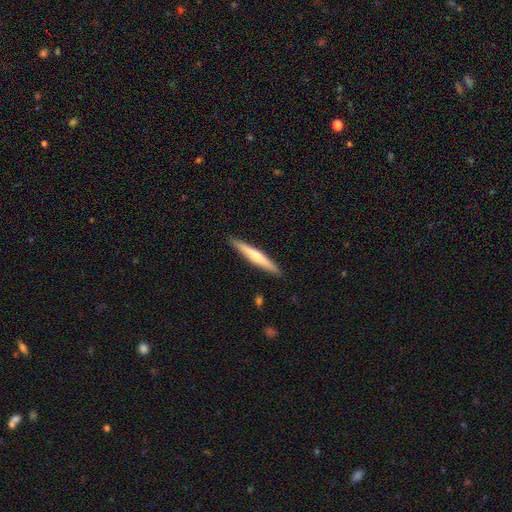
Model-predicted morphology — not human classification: Smooth or featured: smooth — 50% (featured or disk — 46%)
Merging: none — 91% (minor disturbance — 7%)